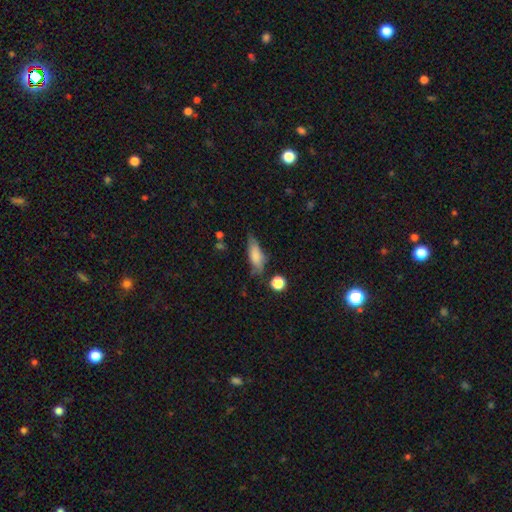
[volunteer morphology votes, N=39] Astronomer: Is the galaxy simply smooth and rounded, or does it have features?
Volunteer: smooth — 69%.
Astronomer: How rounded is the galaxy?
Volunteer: in between — 67%.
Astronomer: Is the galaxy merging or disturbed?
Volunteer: minor disturbance — 49% (runner-up: none, 29%).